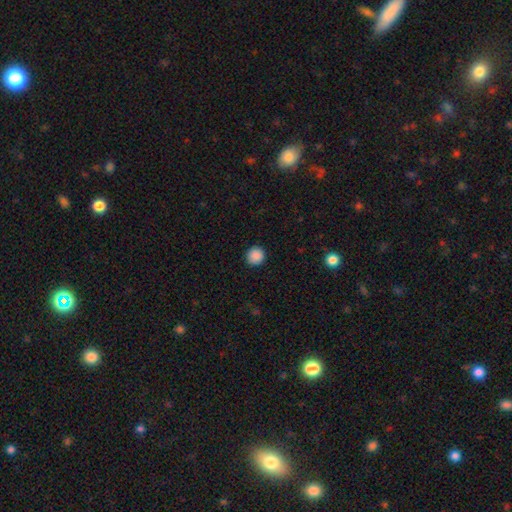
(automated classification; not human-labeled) smooth 88%, star or artifact 9%, featured or disk 3%. Down the decision tree: how rounded — round (94%); merging — none (91%).